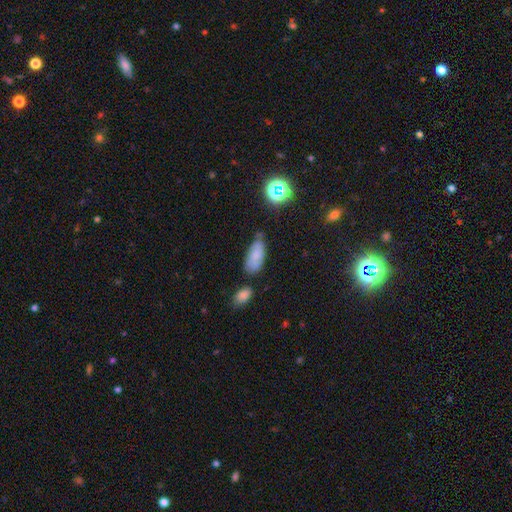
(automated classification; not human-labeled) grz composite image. It shows a smooth galaxy with no disk features (68%) that is in between round and cigar-shaped (88%). Merging: none (57%).